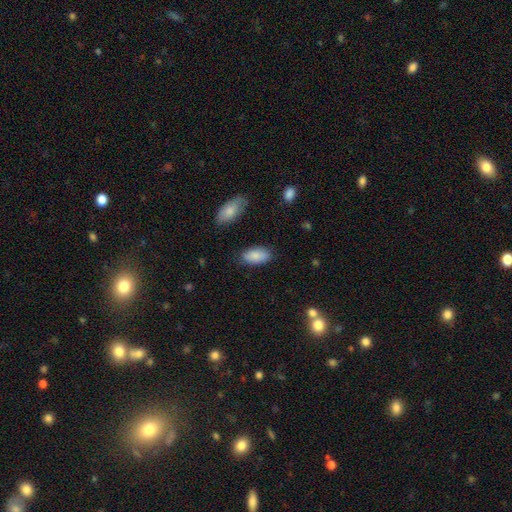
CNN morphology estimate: Overall: smooth (87%). How rounded: in between (94%). Merging: none (81%).